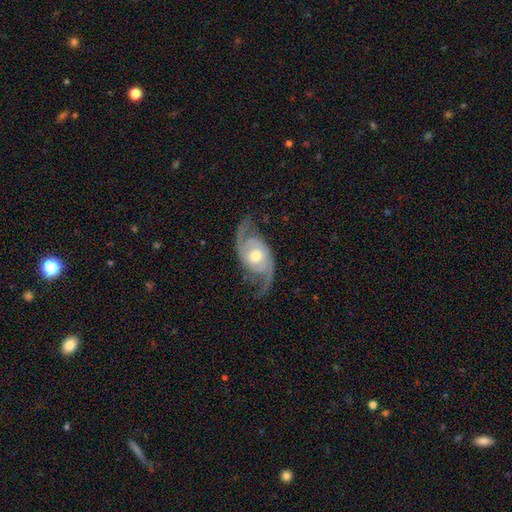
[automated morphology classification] smooth_or_featured: featured or disk (p=0.91) [alt: smooth p=0.05]
disk_edge_on: no (p=0.96) [alt: yes p=0.04]
bar: no (p=0.65) [alt: weak p=0.27]
has_spiral_arms: yes (p=0.98) [alt: no p=0.02]
spiral_winding: medium (p=0.45) [alt: loose p=0.37]
spiral_arm_count: 2 (p=0.92) [alt: can't tell p=0.02]
bulge_size: moderate (p=0.71) [alt: small p=0.20]
merging: none (p=0.75) [alt: minor disturbance p=0.15]